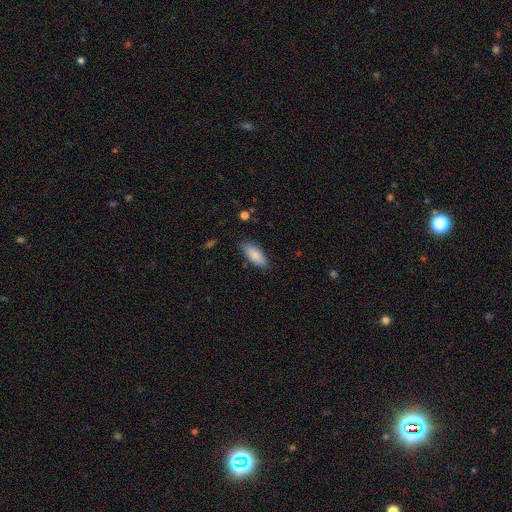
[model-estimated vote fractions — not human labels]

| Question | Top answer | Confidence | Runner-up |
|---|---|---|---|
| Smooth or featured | smooth | 85% | featured or disk (9%) |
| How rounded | in between | 80% | cigar-shaped (18%) |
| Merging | none | 83% | minor disturbance (13%) |